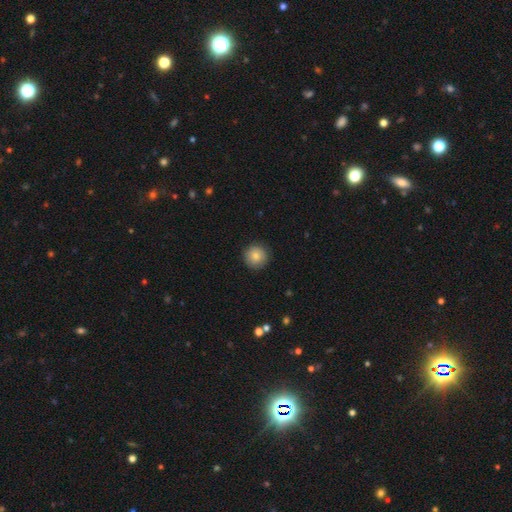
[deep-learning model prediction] This is clearly a smooth galaxy (83%). How rounded: clearly round (95%). Merging: clearly none (90%).